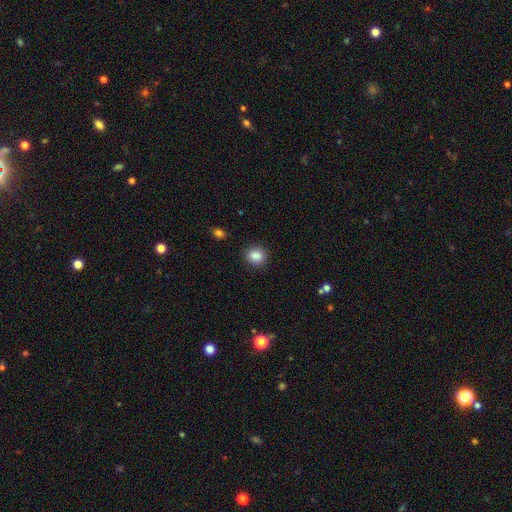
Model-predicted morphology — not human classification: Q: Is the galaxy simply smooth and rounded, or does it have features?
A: smooth — 86%.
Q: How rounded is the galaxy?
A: round — 79%.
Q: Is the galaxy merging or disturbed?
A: none — 90%.